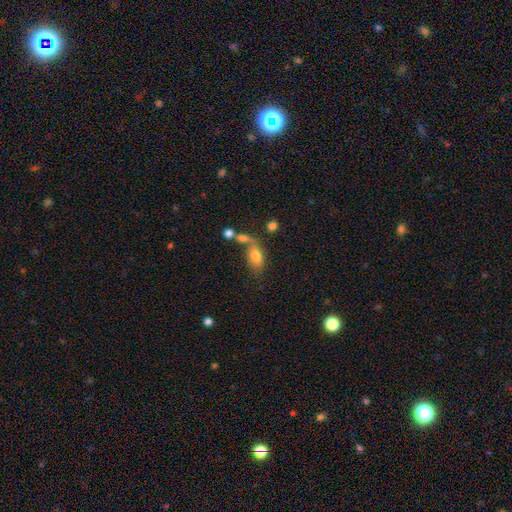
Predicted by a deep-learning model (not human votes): This is likely a smooth galaxy (75%). How rounded: clearly in between (86%). Merging: marginally none (37%).